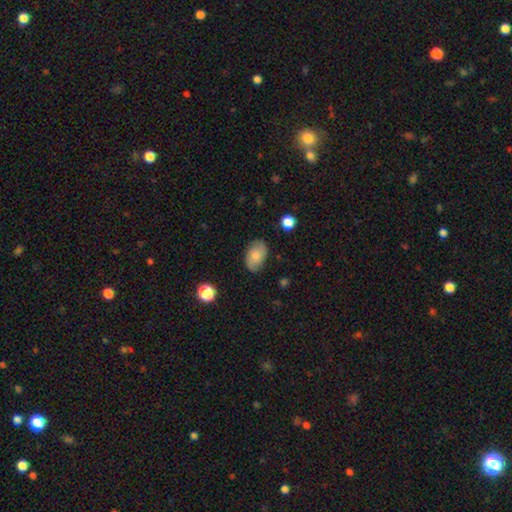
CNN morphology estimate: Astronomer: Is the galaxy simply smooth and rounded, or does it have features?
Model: smooth — 68%.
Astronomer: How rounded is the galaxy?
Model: in between — 89%.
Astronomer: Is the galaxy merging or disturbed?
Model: none — 80%.